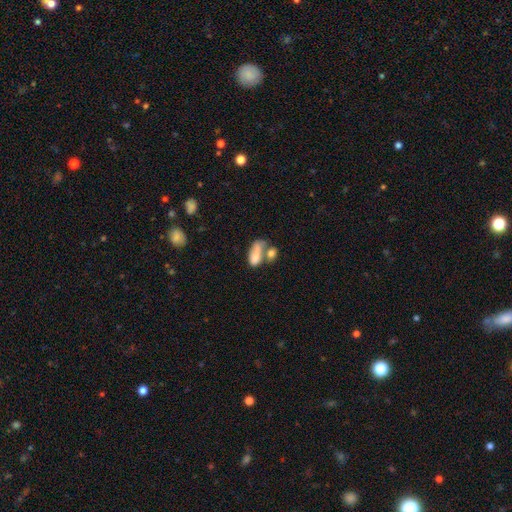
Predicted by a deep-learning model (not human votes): Smooth or featured: smooth — 71% (featured or disk — 20%)
How rounded: in between — 86% (cigar-shaped — 7%)
Merging: merger — 55% (none — 20%)